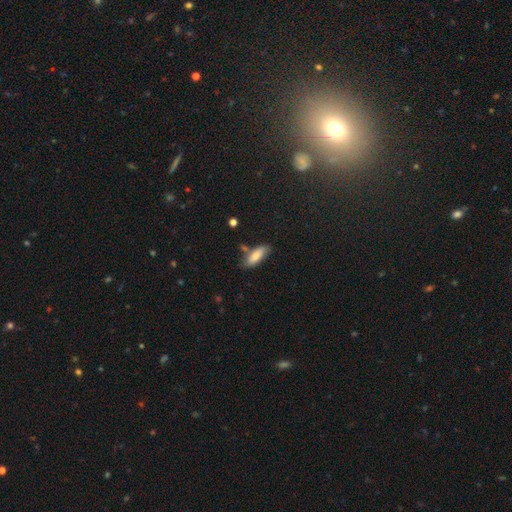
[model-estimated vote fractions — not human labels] This appears to be a smooth galaxy with no disk features (80%) that is in between round and cigar-shaped (71%). Merging: none (69%).